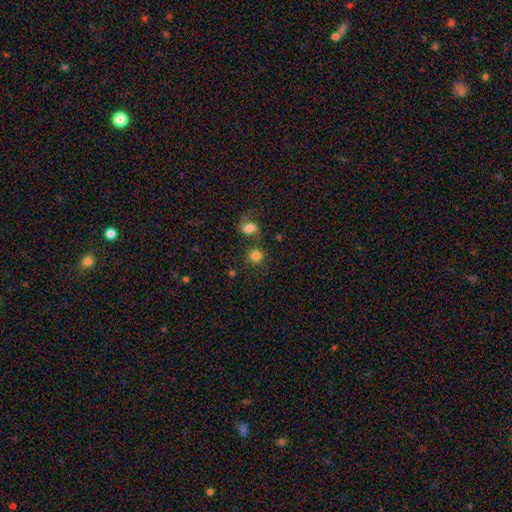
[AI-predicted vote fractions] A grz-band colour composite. It shows a smooth galaxy with no disk features (81%) that is round (87%). Merging: none (61%).